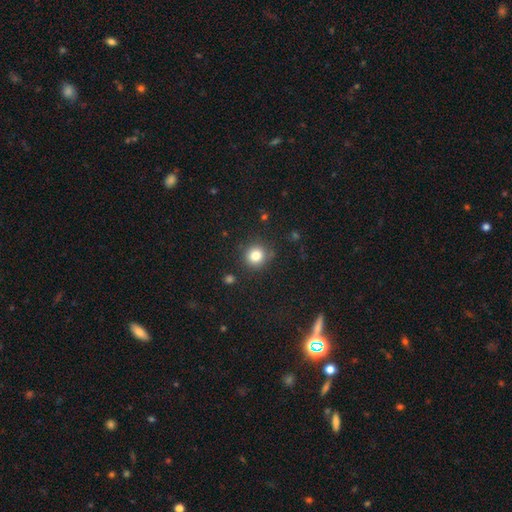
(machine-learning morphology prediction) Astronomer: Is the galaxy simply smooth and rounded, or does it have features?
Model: smooth — 83%.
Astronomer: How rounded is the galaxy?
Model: round — 91%.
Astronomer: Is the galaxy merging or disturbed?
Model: none — 85%.